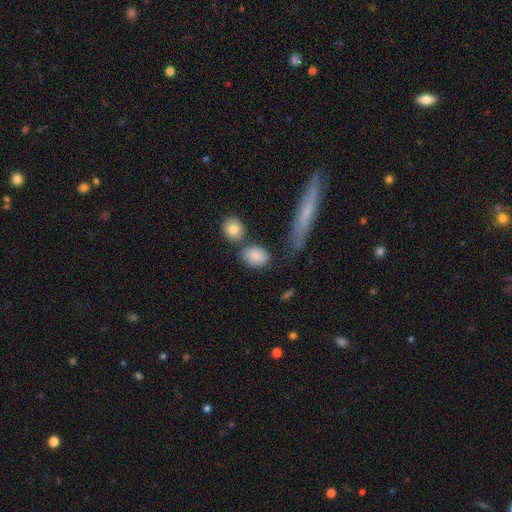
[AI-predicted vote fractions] smooth 85%, star or artifact 8%, featured or disk 7%. Down the decision tree: how rounded — in between (64%); merging — none (64%).